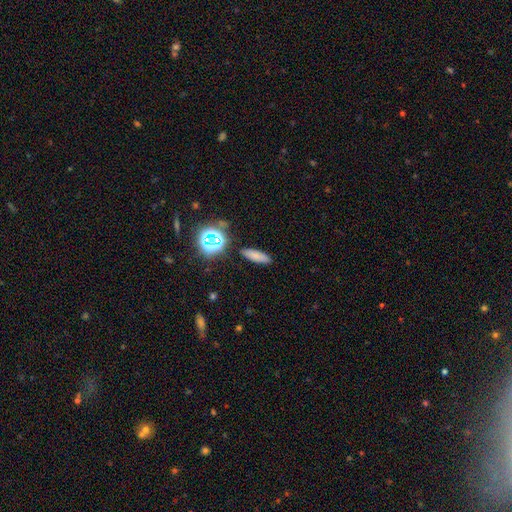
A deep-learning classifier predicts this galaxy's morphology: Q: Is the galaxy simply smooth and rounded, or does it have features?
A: smooth — 74%.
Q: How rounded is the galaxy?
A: cigar-shaped — 56%.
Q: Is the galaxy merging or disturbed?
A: none — 87%.